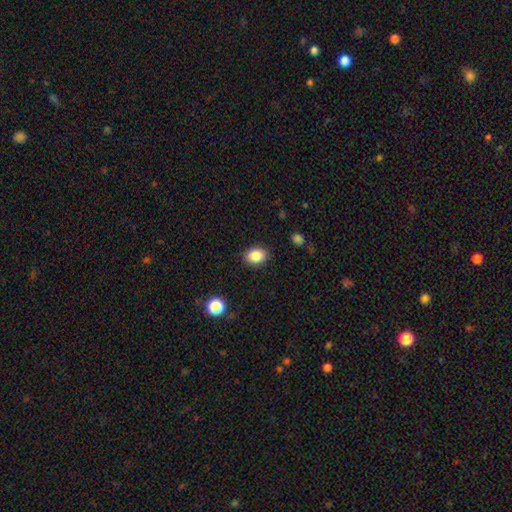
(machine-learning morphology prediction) Smooth or featured? smooth (87%)
How rounded? in between (61%)
Merging? none (88%)